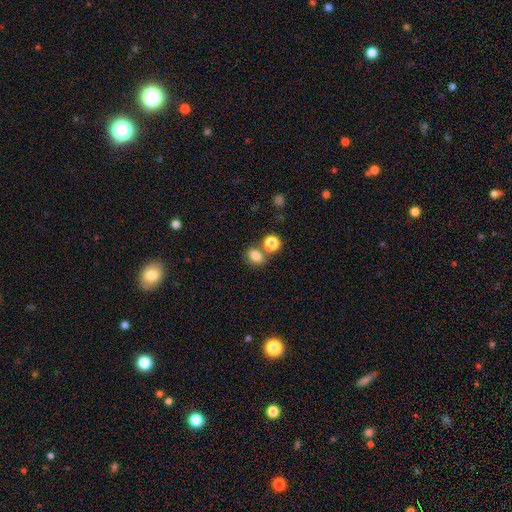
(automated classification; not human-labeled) A smooth galaxy with no disk features (80%) that is in between round and cigar-shaped (60%).

Vote fractions:
- Smooth or featured? smooth: 80% / star or artifact: 12% / featured or disk: 8%
- How rounded? in between: 60% / round: 39% / cigar-shaped: 1%
- Merging? none: 51% / merger: 33% / minor disturbance: 11% / major disturbance: 5%